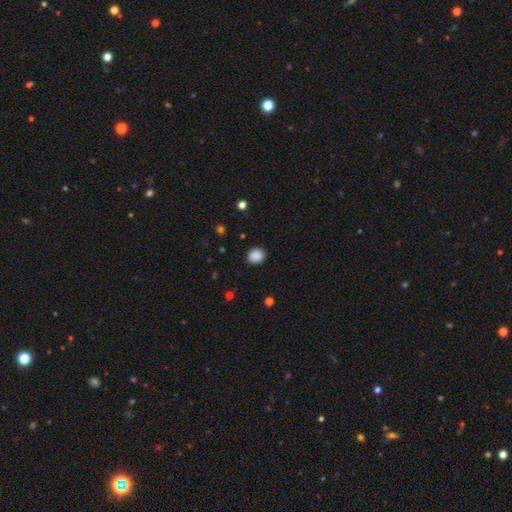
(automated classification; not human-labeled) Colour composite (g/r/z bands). It shows a smooth galaxy with no disk features (88%) that is round (68%). Merging: none (88%).